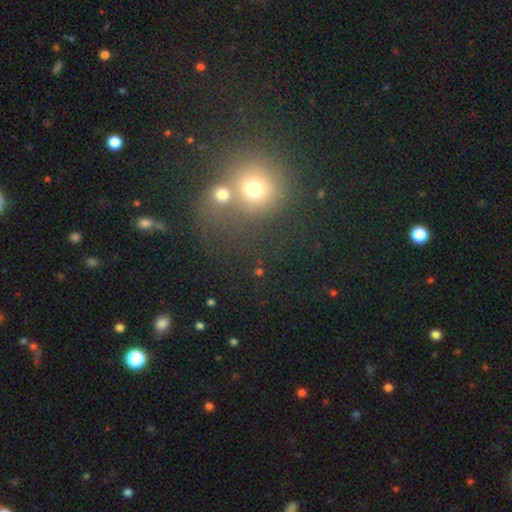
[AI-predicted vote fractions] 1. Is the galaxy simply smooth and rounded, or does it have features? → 54% smooth, 35% star or artifact, 12% featured or disk.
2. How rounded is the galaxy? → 84% round, 15% in between, 1% cigar-shaped.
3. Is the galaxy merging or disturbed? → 50% none, 34% merger, 9% minor disturbance, 6% major disturbance.